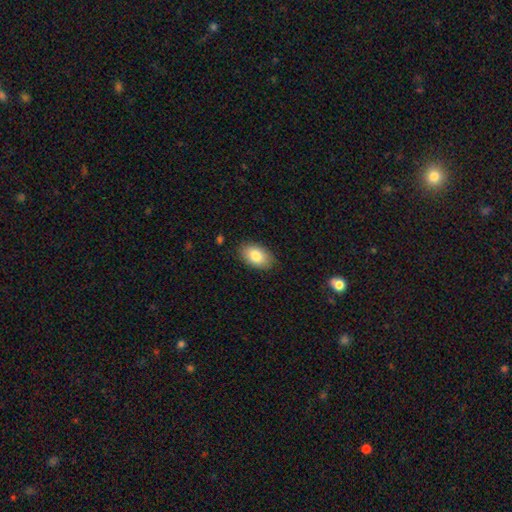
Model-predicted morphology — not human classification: Smooth or featured?
  - smooth: 83% *
  - featured or disk: 10%
  - star or artifact: 7%
How rounded?
  - in between: 91% *
  - round: 8%
  - cigar-shaped: 1%
Merging?
  - none: 86% *
  - minor disturbance: 11%
  - major disturbance: 2%
  - merger: 1%